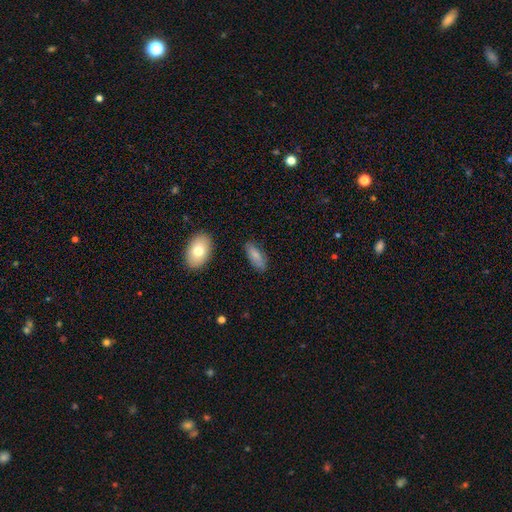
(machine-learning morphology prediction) A smooth galaxy with no disk features (79%) that is in between round and cigar-shaped (81%). Merging: none (79%).